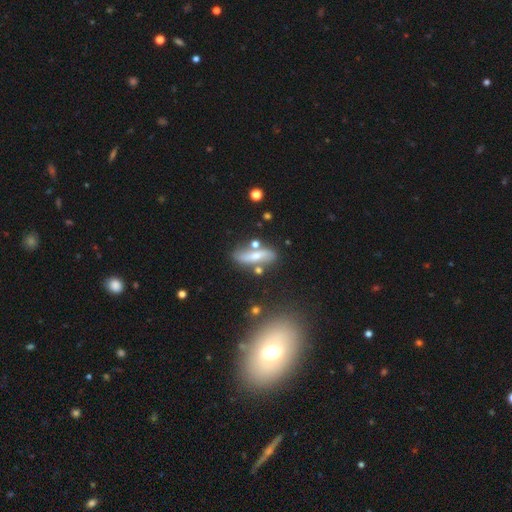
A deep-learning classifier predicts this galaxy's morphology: A featured or disk galaxy (48%).

Vote fractions:
- Smooth or featured? featured or disk: 48% / smooth: 44% / star or artifact: 9%
- Merging? none: 66% / minor disturbance: 17% / merger: 11% / major disturbance: 6%